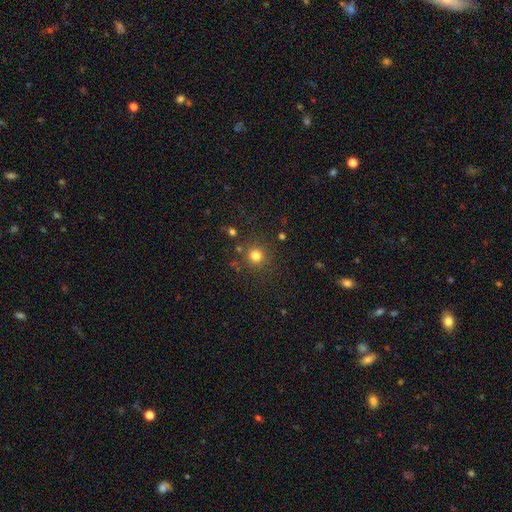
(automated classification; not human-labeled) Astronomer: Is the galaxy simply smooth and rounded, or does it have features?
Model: smooth — 78%.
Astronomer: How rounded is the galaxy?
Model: round — 93%.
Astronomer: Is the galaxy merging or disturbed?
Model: none — 84%.